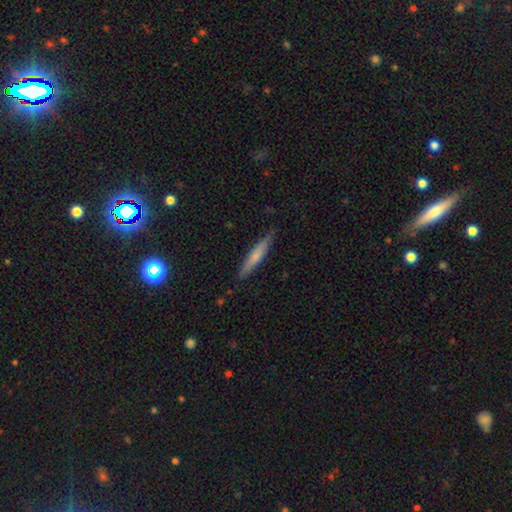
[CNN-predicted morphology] smooth_or_featured: smooth (p=0.63) [alt: featured or disk p=0.31]
how_rounded: cigar-shaped (p=0.91) [alt: in between p=0.07]
merging: none (p=0.85) [alt: minor disturbance p=0.12]